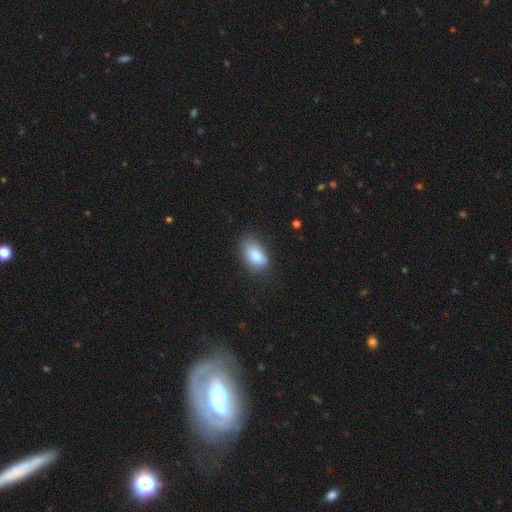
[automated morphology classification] smooth-or-featured: smooth: 84% | featured or disk: 8% | star or artifact: 8%
  how-rounded: in between: 92% | round: 6% | cigar-shaped: 2%
  merging: none: 65% | minor disturbance: 26% | major disturbance: 7% | merger: 2%